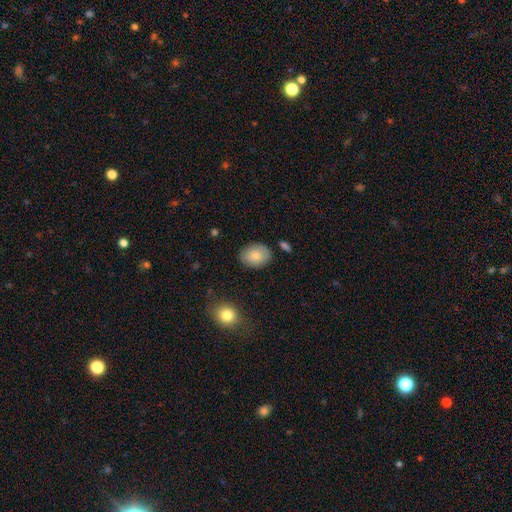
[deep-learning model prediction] The model was most divided on "how rounded": in between: 64%, round: 35%, cigar-shaped: 1%. More confident: merging — none (83%); smooth or featured — smooth (81%).